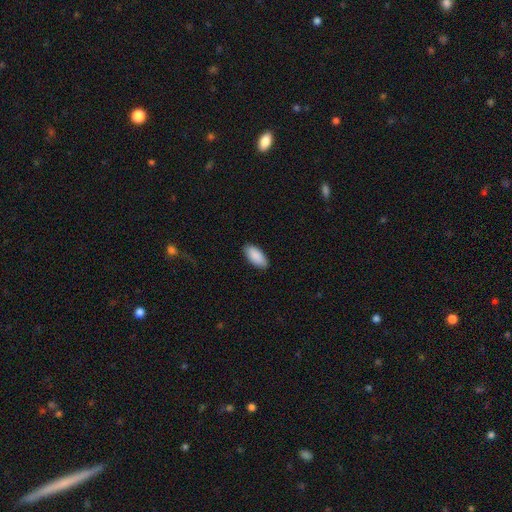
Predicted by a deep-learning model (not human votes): Overall: smooth (91%). How rounded: in between (91%). Merging: none (88%).